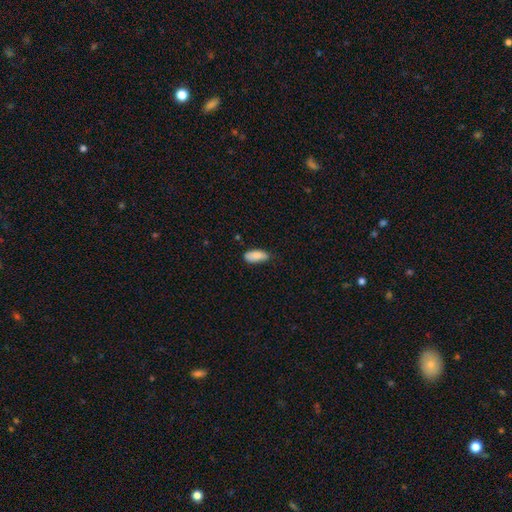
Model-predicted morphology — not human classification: smooth-or-featured: smooth: 87% | featured or disk: 7% | star or artifact: 6%
  how-rounded: in between: 88% | cigar-shaped: 10% | round: 2%
  merging: none: 65% | minor disturbance: 29% | major disturbance: 4% | merger: 2%